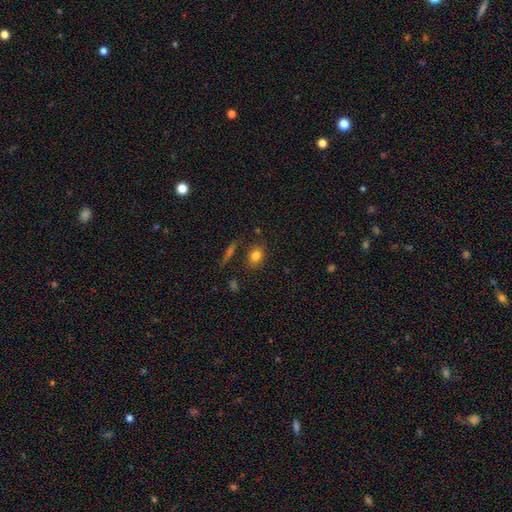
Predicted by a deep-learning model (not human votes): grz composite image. It shows a smooth galaxy with no disk features (82%) that is in between round and cigar-shaped (61%). Merging: none (79%).